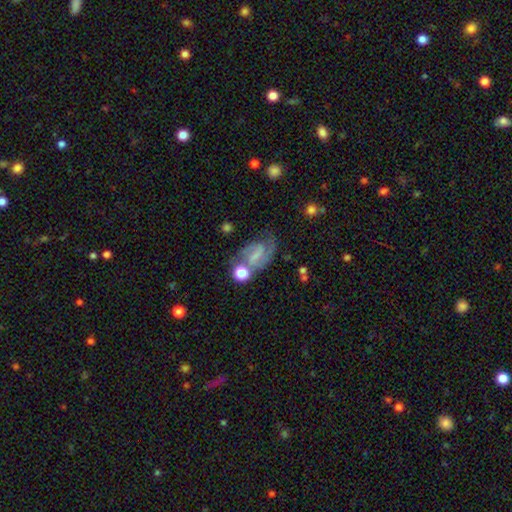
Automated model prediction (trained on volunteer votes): featured or disk 70%, smooth 20%, star or artifact 10%. Down the decision tree: edge-on disk — no (97%); bar — weak (45%); spiral arms — yes (91%); spiral arm count — 2 (80%); spiral winding — medium (50%); bulge size — none (47%); merging — none (53%).